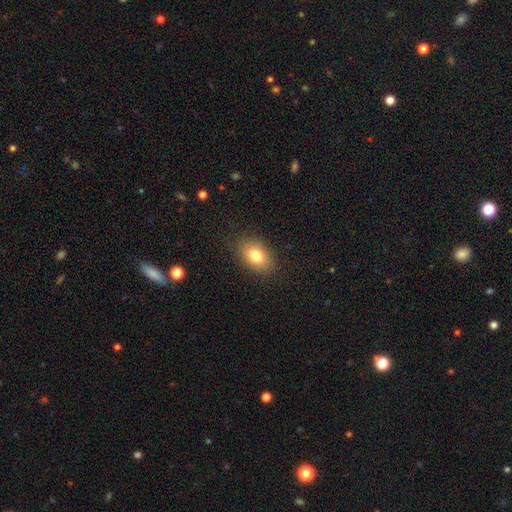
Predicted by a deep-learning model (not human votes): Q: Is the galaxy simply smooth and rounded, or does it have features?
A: smooth — 79%.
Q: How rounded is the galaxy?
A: in between — 81%.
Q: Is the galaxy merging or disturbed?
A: none — 84%.